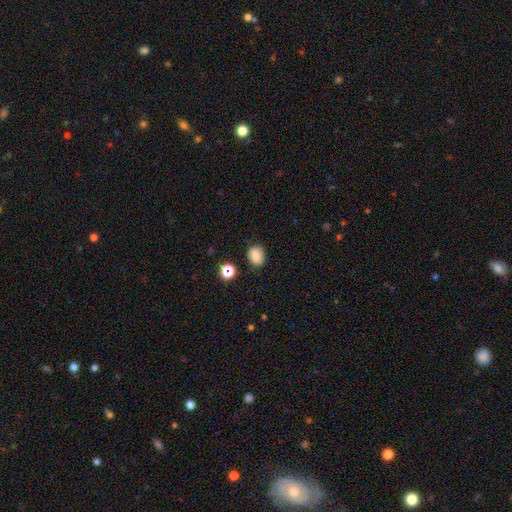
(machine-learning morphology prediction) This is clearly a smooth galaxy (81%). How rounded: possibly in between (55%). Merging: clearly none (81%).